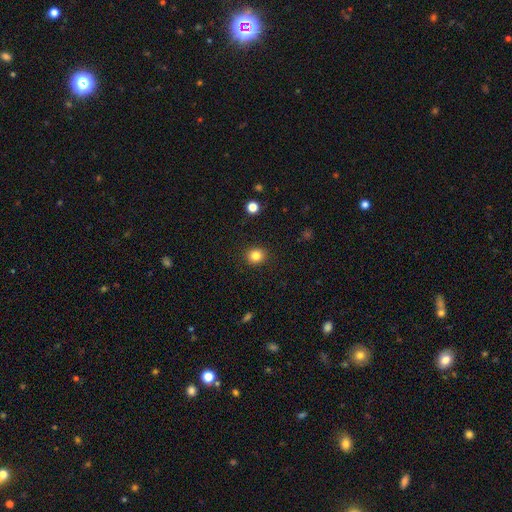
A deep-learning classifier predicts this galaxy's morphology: smooth_or_featured: smooth (p=0.83) [alt: star or artifact p=0.11]
how_rounded: round (p=0.82) [alt: in between p=0.17]
merging: none (p=0.91) [alt: minor disturbance p=0.06]